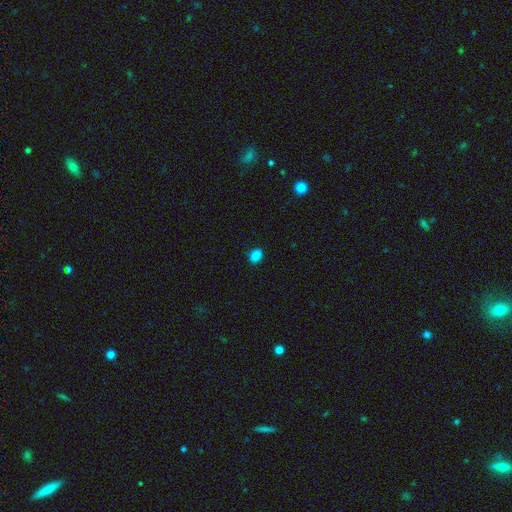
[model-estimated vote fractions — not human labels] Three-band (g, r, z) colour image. It shows a smooth galaxy with no disk features (86%) that is in between round and cigar-shaped (72%). Merging: none (87%).